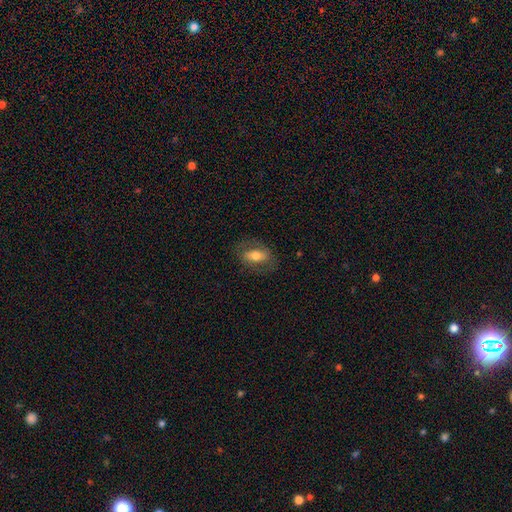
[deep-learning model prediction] smooth_or_featured: smooth (p=0.51) [alt: featured or disk p=0.41]
how_rounded: in between (p=0.83) [alt: round p=0.11]
merging: none (p=0.74) [alt: minor disturbance p=0.16]